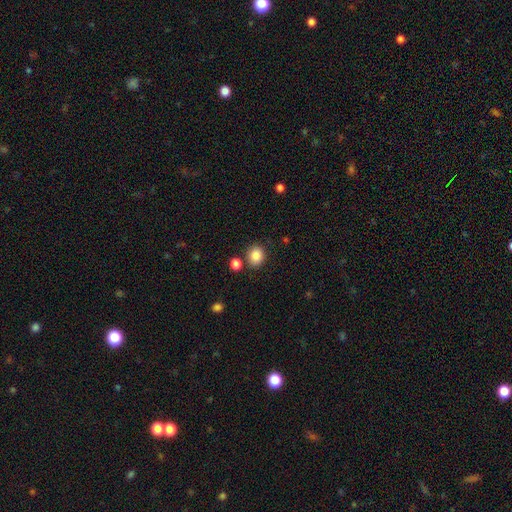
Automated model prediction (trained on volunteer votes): This appears to be a smooth galaxy with no disk features (86%) that is round (68%). Merging: none (80%).